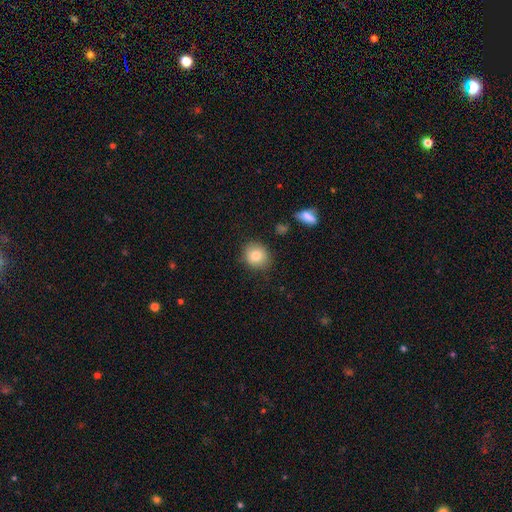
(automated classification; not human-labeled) Morphology: type=smooth (83%); roundness=round (79%); merging=none (85%).